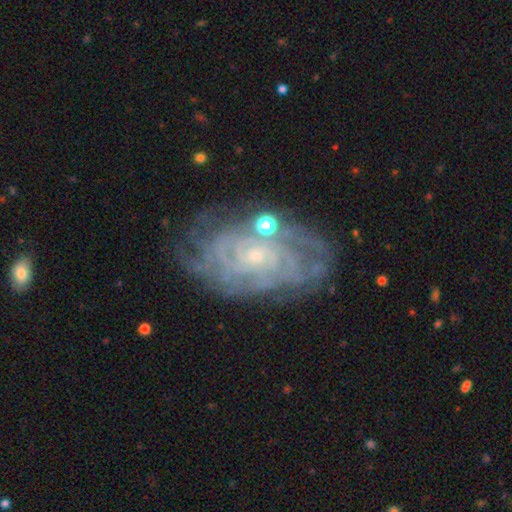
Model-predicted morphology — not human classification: Q: Smooth or featured?
A: featured or disk (85%); runner-up: smooth (8%)
Q: Edge-on disk?
A: no (96%); runner-up: yes (4%)
Q: Bar?
A: no (70%); runner-up: weak (23%)
Q: Spiral arms?
A: yes (95%); runner-up: no (5%)
Q: Spiral winding?
A: tight (78%); runner-up: medium (18%)
Q: Spiral arm count?
A: can't tell (37%); runner-up: 4 (18%)
Q: Bulge size?
A: small (80%); runner-up: moderate (14%)
Q: Merging?
A: none (71%); runner-up: minor disturbance (17%)